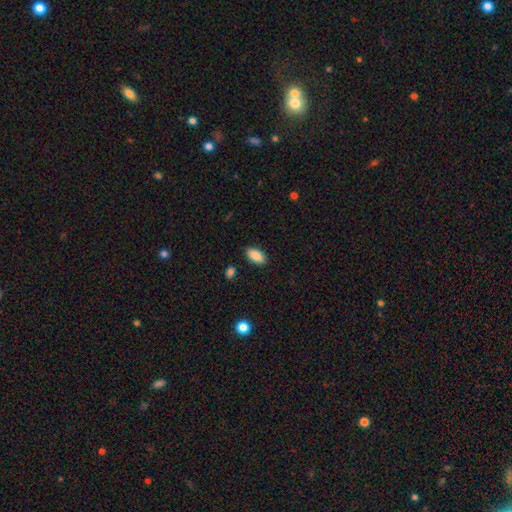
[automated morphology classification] A smooth galaxy with no disk features (89%) that is in between round and cigar-shaped (93%).

Vote fractions:
- Smooth or featured? smooth: 89% / star or artifact: 7% / featured or disk: 4%
- How rounded? in between: 93% / cigar-shaped: 4% / round: 3%
- Merging? none: 88% / minor disturbance: 9% / major disturbance: 2% / merger: 1%